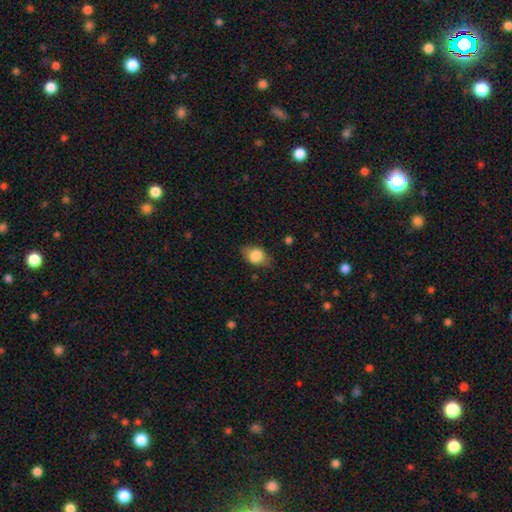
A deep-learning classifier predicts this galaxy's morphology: This appears to be a smooth galaxy with no disk features (78%) that is in between round and cigar-shaped (75%). Merging: none (74%).